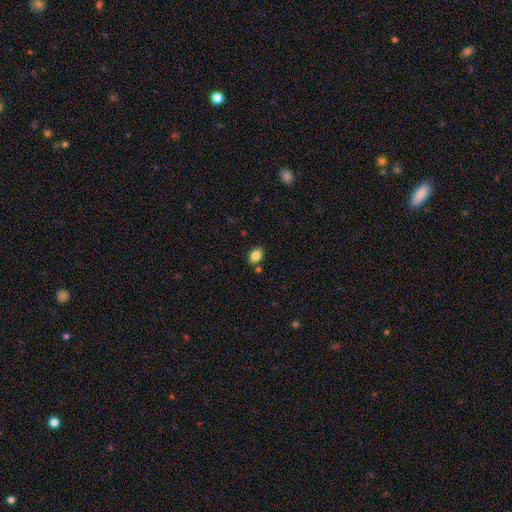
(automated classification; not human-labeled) Q: Smooth or featured?
A: smooth (84%); runner-up: star or artifact (10%)
Q: How rounded?
A: in between (63%); runner-up: round (36%)
Q: Merging?
A: none (79%); runner-up: minor disturbance (11%)